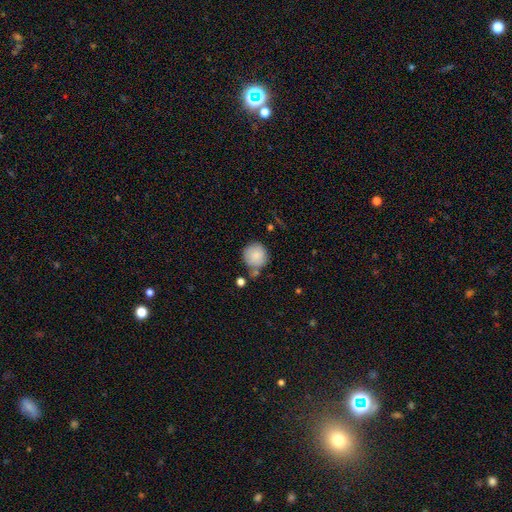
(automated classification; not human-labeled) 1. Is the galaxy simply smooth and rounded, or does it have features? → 85% smooth, 8% star or artifact, 8% featured or disk.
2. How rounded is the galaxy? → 92% round, 7% in between, 1% cigar-shaped.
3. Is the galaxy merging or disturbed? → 70% none, 16% minor disturbance, 10% merger, 4% major disturbance.